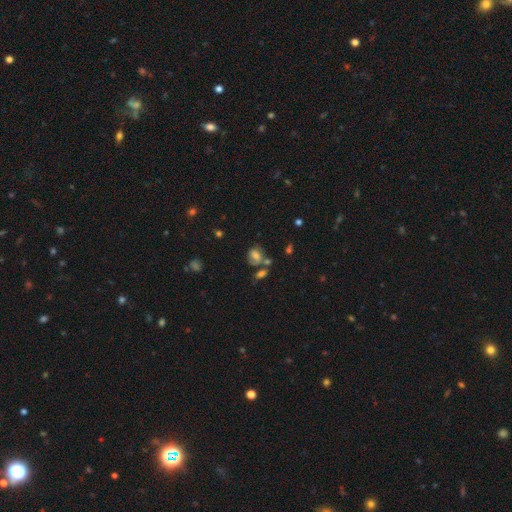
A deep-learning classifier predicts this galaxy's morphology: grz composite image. It shows a smooth galaxy with no disk features (60%) that is in between round and cigar-shaped (61%). Merging: none (43%).